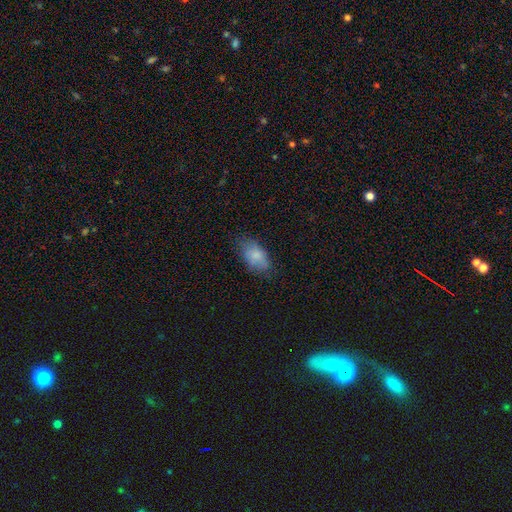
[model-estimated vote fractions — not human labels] Overall: smooth (81%). How rounded: in between (91%). Merging: none (68%).